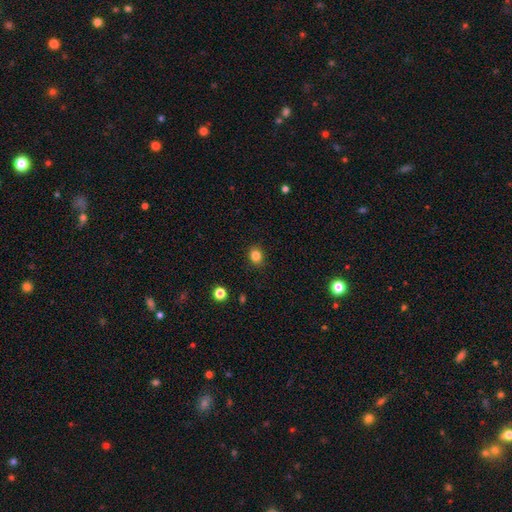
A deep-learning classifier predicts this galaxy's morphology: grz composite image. It shows a smooth galaxy with no disk features (84%) that is round (71%). Merging: none (88%).